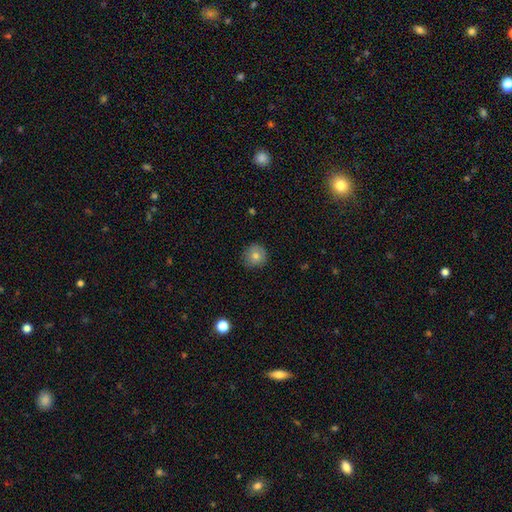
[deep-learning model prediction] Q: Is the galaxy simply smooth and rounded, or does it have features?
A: smooth — 76%.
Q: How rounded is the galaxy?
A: round — 92%.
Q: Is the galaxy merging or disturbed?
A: none — 81%.